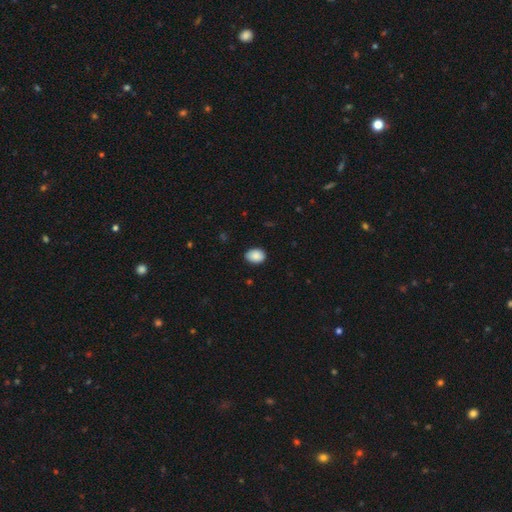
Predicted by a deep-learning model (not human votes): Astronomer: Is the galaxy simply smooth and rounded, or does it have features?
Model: smooth — 89%.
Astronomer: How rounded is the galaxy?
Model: in between — 76%.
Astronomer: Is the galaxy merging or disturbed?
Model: none — 86%.